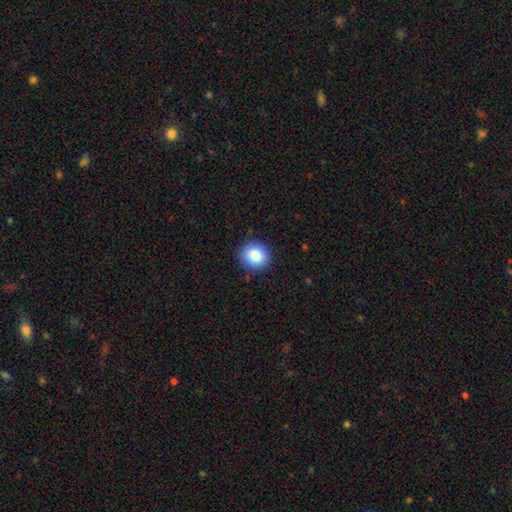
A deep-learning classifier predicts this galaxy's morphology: A smooth galaxy with no disk features (87%) that is round (80%).

Vote fractions:
- Smooth or featured? smooth: 87% / star or artifact: 8% / featured or disk: 5%
- How rounded? round: 80% / in between: 19% / cigar-shaped: 1%
- Merging? none: 89% / minor disturbance: 8% / major disturbance: 2% / merger: 1%